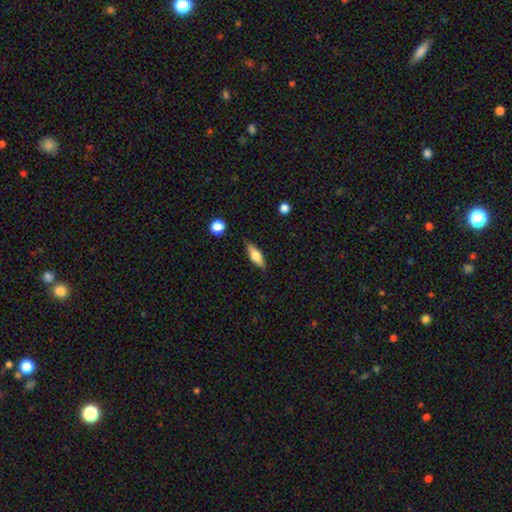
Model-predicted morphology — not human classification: smooth_or_featured: smooth (p=0.51) [alt: featured or disk p=0.42]
how_rounded: in between (p=0.55) [alt: cigar-shaped p=0.41]
merging: none (p=0.84) [alt: minor disturbance p=0.12]